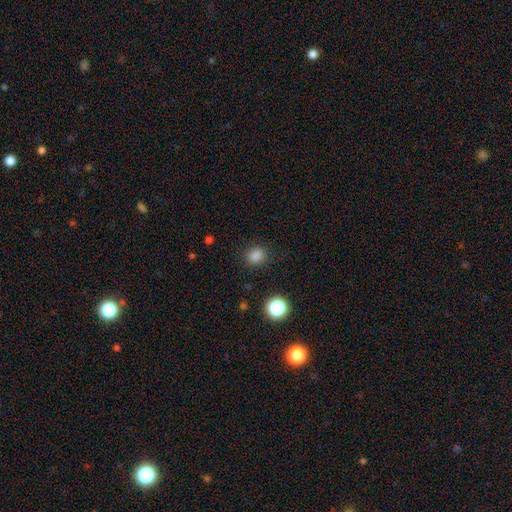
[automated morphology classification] smooth-or-featured: smooth: 83% | star or artifact: 14% | featured or disk: 3%
  how-rounded: round: 69% | in between: 30% | cigar-shaped: 1%
  merging: none: 86% | minor disturbance: 9% | major disturbance: 3% | merger: 2%